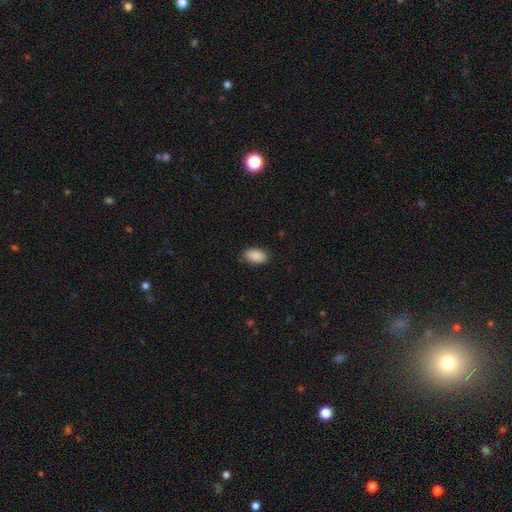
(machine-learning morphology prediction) A smooth galaxy with no disk features (90%) that is in between round and cigar-shaped (92%).

Vote fractions:
- Smooth or featured? smooth: 90% / star or artifact: 7% / featured or disk: 3%
- How rounded? in between: 92% / round: 6% / cigar-shaped: 2%
- Merging? none: 85% / minor disturbance: 11% / major disturbance: 3% / merger: 1%